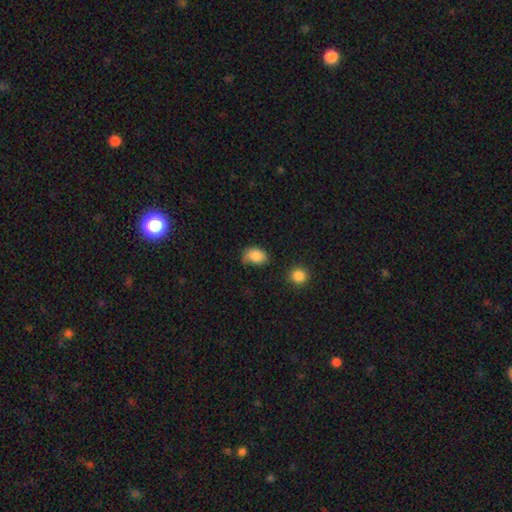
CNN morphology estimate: A smooth galaxy with no disk features (85%) that is in between round and cigar-shaped (79%). Merging: none (55%).